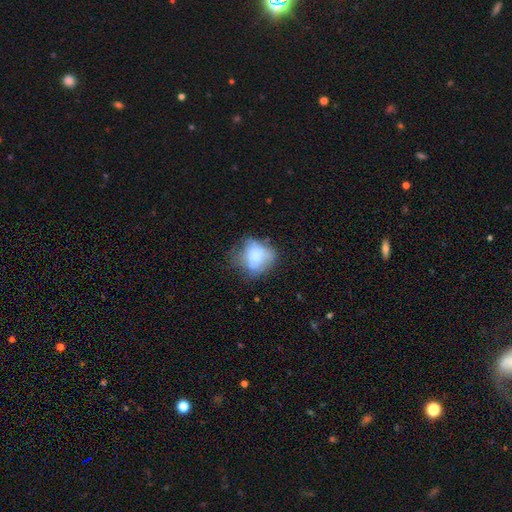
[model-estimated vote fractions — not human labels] smooth_or_featured: smooth (p=0.69) [alt: featured or disk p=0.21]
how_rounded: round (p=0.57) [alt: in between p=0.42]
merging: none (p=0.42) [alt: minor disturbance p=0.32]